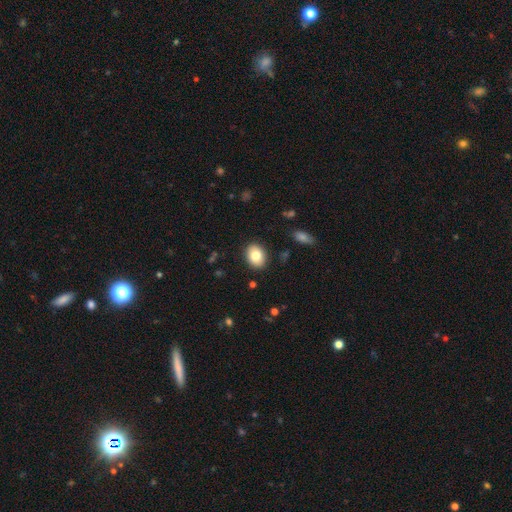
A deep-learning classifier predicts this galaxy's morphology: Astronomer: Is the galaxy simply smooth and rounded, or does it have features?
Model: smooth — 81%.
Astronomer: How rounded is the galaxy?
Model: in between — 70%.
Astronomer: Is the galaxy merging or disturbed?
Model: none — 89%.